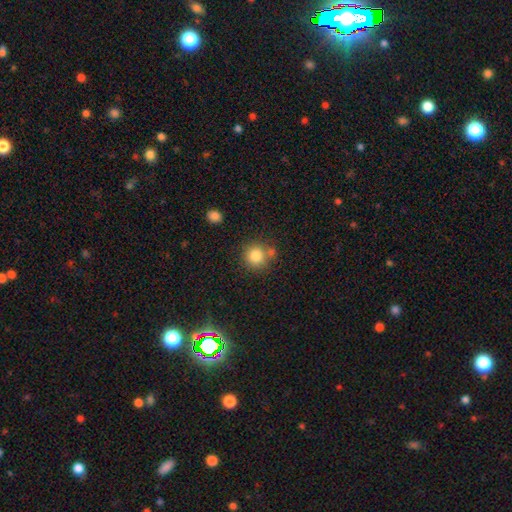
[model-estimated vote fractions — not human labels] Overall: smooth (83%). How rounded: round (91%). Merging: none (70%).